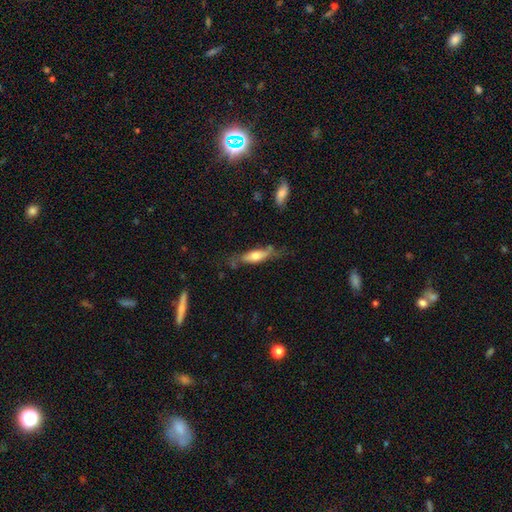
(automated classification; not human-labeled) A smooth galaxy with no disk features (54%) that is cigar-shaped (55%).

Vote fractions:
- Smooth or featured? smooth: 54% / featured or disk: 40% / star or artifact: 6%
- How rounded? cigar-shaped: 55% / in between: 43% / round: 2%
- Merging? none: 57% / minor disturbance: 27% / major disturbance: 11% / merger: 4%